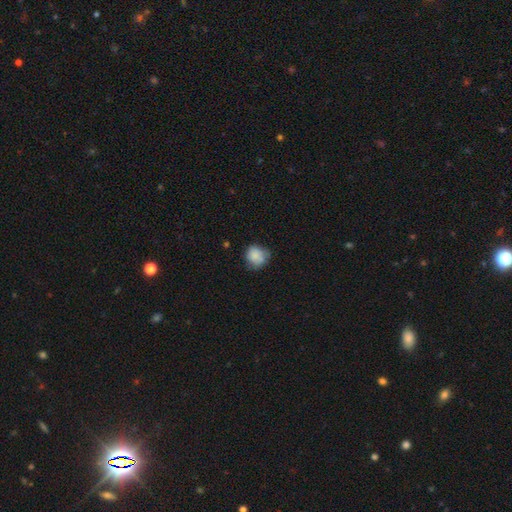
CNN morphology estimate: Smooth or featured? smooth (79%)
How rounded? round (80%)
Merging? none (56%)